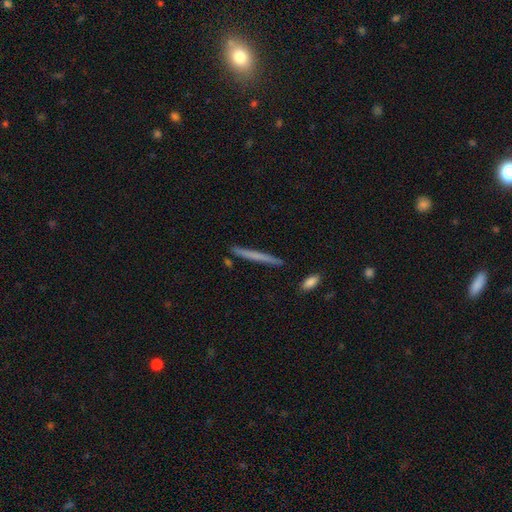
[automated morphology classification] This is possibly a smooth galaxy (56%). How rounded: clearly cigar-shaped (97%). Merging: clearly none (90%).